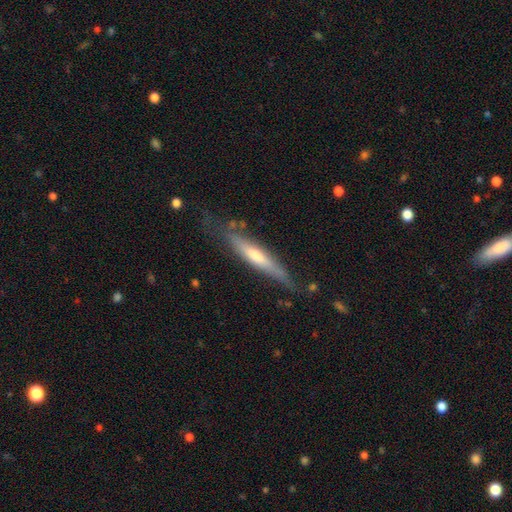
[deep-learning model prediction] Smooth or featured? featured or disk (53%)
Edge-on disk? yes (88%)
Merging? none (70%)